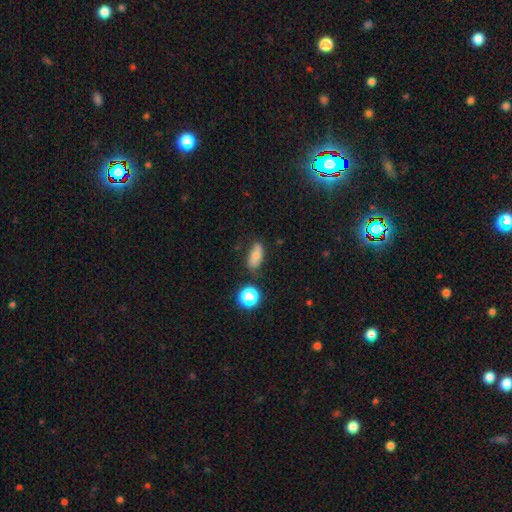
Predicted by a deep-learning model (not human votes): Overall: smooth (67%). How rounded: in between (83%). Merging: none (68%).